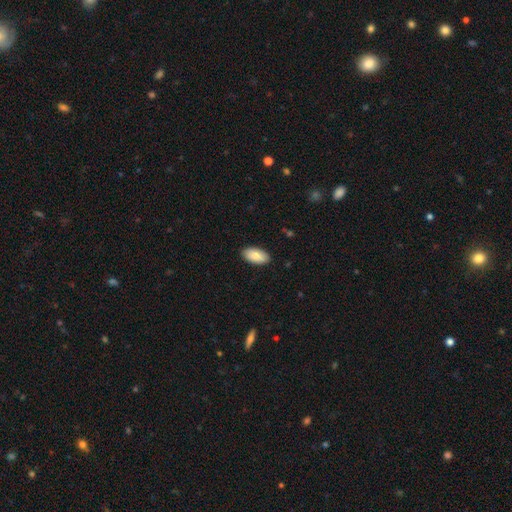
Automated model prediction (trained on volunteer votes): Smooth or featured: smooth — 88% (featured or disk — 6%)
How rounded: in between — 95% (cigar-shaped — 3%)
Merging: none — 89% (minor disturbance — 8%)